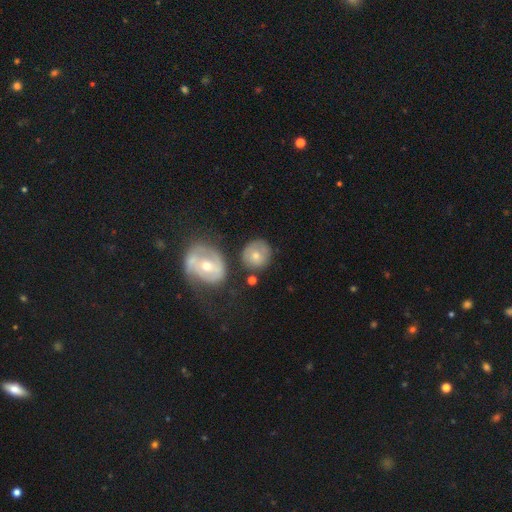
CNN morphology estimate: Smooth or featured? smooth (61%)
How rounded? round (81%)
Merging? none (63%)